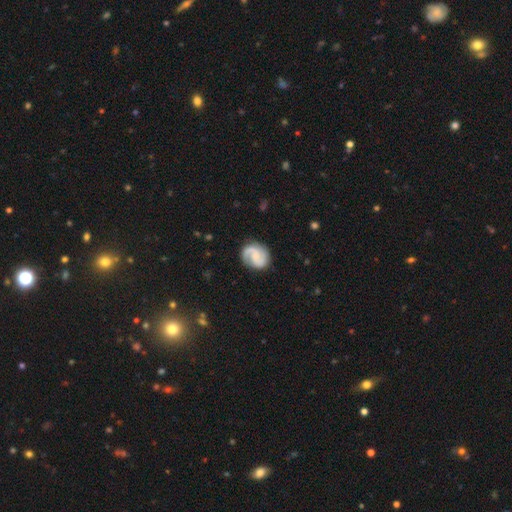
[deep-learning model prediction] A featured or disk galaxy (79%) with no bar (49%), 2 (86%) medium (49%) spiral arms (97%) and a small central bulge (41%). Merging: none (80%).